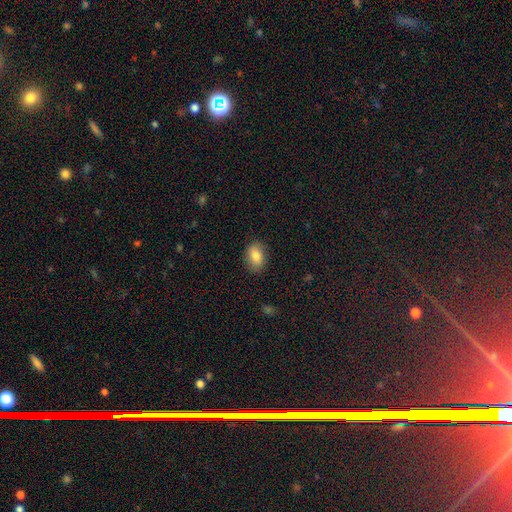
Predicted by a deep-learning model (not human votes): A smooth galaxy with no disk features (83%) that is in between round and cigar-shaped (82%).

Vote fractions:
- Smooth or featured? smooth: 83% / featured or disk: 9% / star or artifact: 8%
- How rounded? in between: 82% / round: 16% / cigar-shaped: 1%
- Merging? none: 86% / minor disturbance: 11% / major disturbance: 3% / merger: 1%